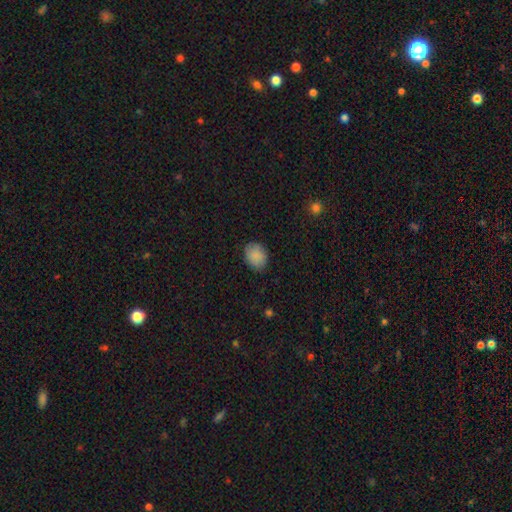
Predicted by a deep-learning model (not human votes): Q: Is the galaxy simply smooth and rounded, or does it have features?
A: smooth — 88%.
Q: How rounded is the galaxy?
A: in between — 52%.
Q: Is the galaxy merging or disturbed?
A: none — 84%.